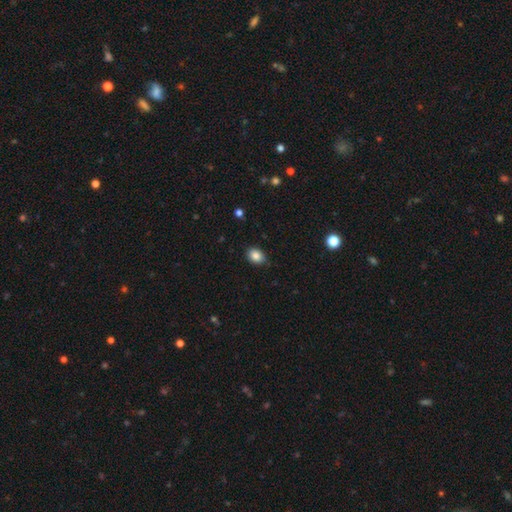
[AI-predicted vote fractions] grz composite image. It shows a smooth galaxy with no disk features (86%) that is in between round and cigar-shaped (66%). Merging: none (84%).